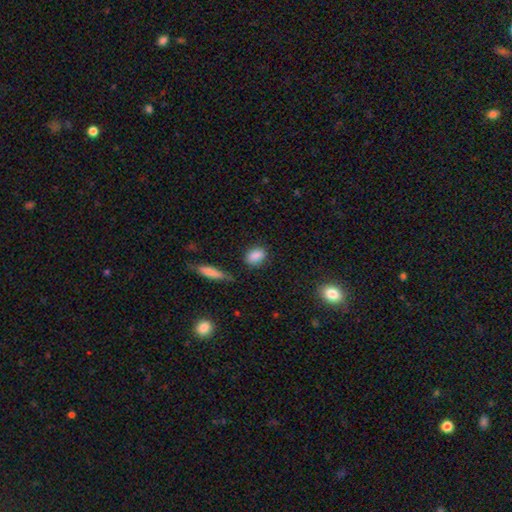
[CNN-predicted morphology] A smooth galaxy with no disk features (87%) that is in between round and cigar-shaped (74%). Merging: none (79%).